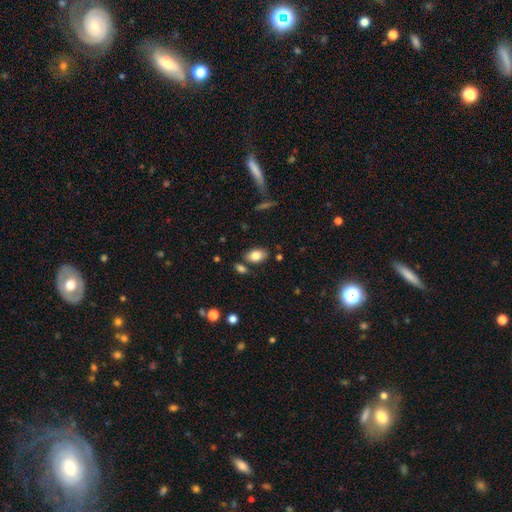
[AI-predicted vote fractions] Overall: smooth (82%). How rounded: in between (89%). Merging: none (77%).